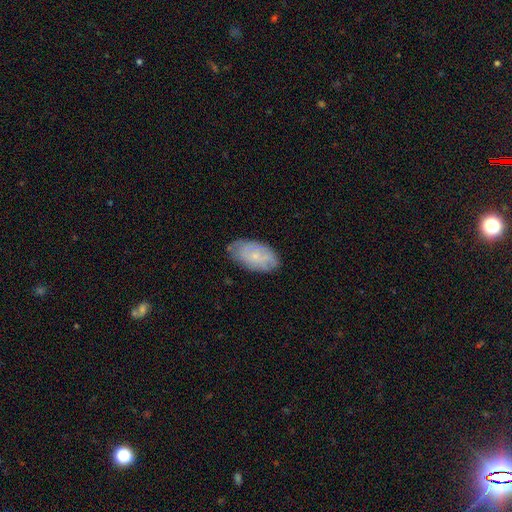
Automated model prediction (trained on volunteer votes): smooth_or_featured: smooth (p=0.51) [alt: featured or disk p=0.41]
how_rounded: in between (p=0.93) [alt: round p=0.04]
merging: none (p=0.72) [alt: minor disturbance p=0.22]